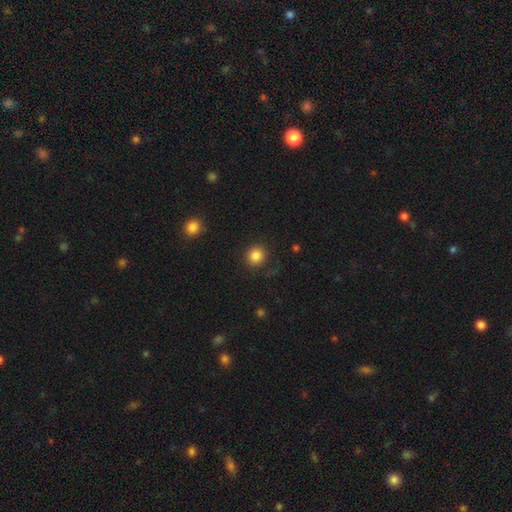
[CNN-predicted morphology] smooth-or-featured: smooth: 85% | star or artifact: 10% | featured or disk: 5%
  how-rounded: round: 90% | in between: 9% | cigar-shaped: 1%
  merging: none: 86% | minor disturbance: 8% | major disturbance: 4% | merger: 2%